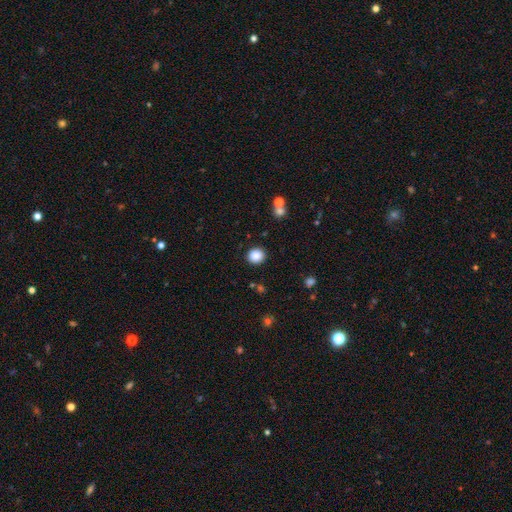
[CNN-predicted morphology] Smooth or featured: smooth — 87% (star or artifact — 10%)
How rounded: round — 86% (in between — 14%)
Merging: none — 90% (minor disturbance — 6%)